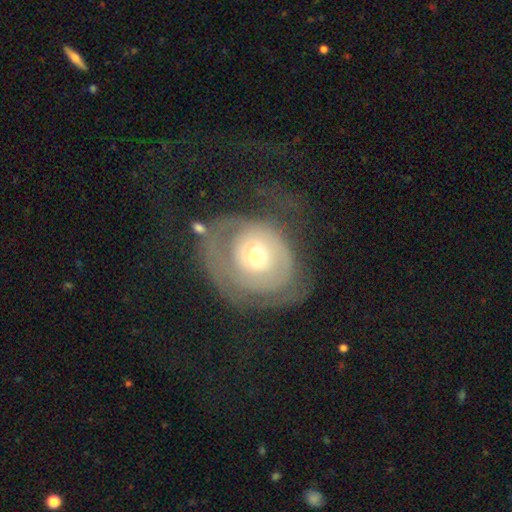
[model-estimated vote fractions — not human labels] Smooth or featured: featured or disk — 63% (smooth — 29%)
Edge-on disk: no — 96% (yes — 4%)
Bar: no — 82% (weak — 14%)
Spiral arms: yes — 61% (no — 39%)
Bulge size: moderate — 62% (small — 26%)
Merging: none — 39% (major disturbance — 36%)